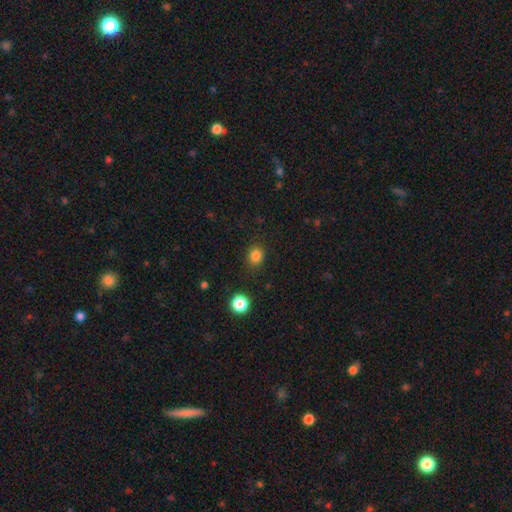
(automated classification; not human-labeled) Smooth or featured: smooth — 83% (star or artifact — 13%)
How rounded: round — 73% (in between — 26%)
Merging: none — 87% (minor disturbance — 8%)